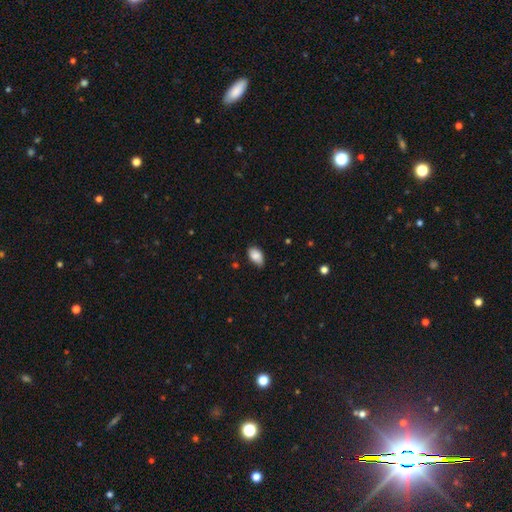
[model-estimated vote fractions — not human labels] Smooth or featured? Predicted: smooth (p=0.87). How rounded? Predicted: in between (p=0.93). Merging? Predicted: none (p=0.75).